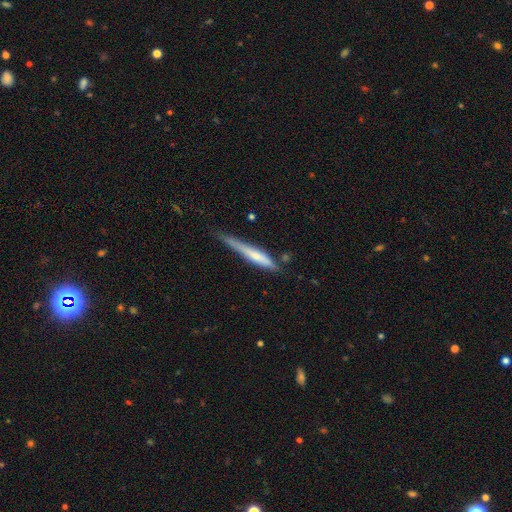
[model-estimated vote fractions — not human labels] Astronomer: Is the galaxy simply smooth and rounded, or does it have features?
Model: smooth — 51% (runner-up: featured or disk, 43%).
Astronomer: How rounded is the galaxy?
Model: cigar-shaped — 94%.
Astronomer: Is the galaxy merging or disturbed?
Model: none — 58%.